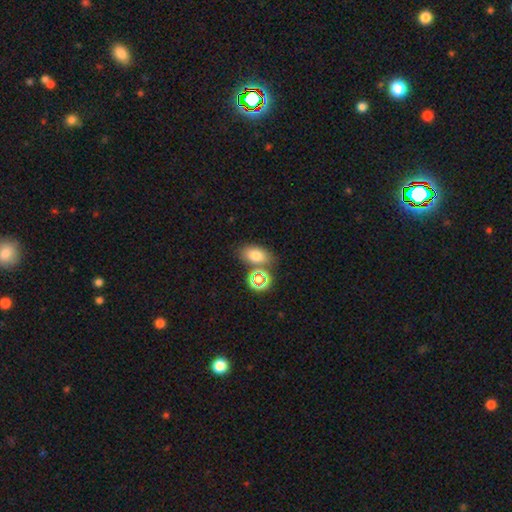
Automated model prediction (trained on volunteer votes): Smooth or featured? Predicted: smooth (p=0.72). How rounded? Predicted: in between (p=0.78). Merging? Predicted: none (p=0.68).